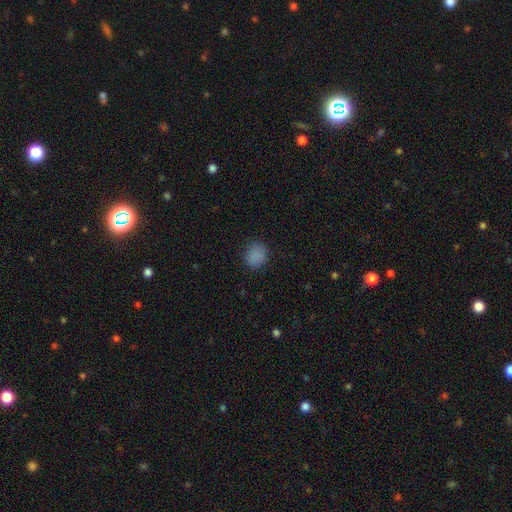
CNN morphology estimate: Overall: smooth (84%). How rounded: round (77%). Merging: none (83%).